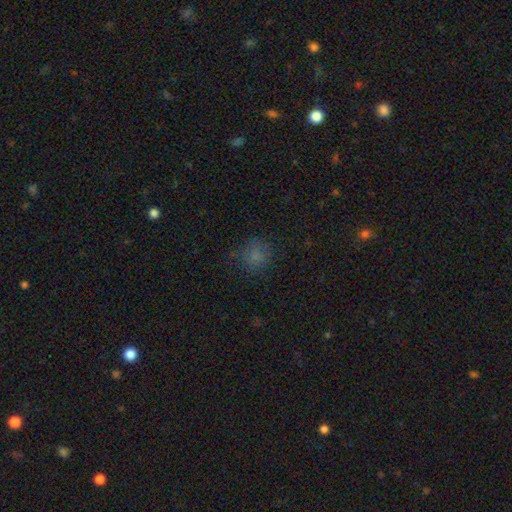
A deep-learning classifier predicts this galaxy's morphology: This is likely a smooth galaxy (76%). How rounded: clearly round (85%). Merging: likely none (76%).